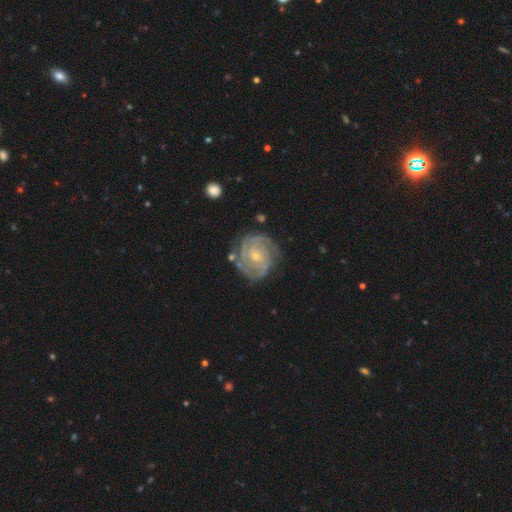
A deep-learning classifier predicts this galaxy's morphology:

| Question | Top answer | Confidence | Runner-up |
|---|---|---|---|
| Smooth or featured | featured or disk | 89% | smooth (6%) |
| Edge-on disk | no | 98% | yes (2%) |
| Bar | no | 64% | weak (29%) |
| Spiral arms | yes | 97% | no (3%) |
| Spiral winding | tight | 75% | medium (22%) |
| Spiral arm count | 2 | 35% | 3 (25%) |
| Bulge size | small | 73% | moderate (22%) |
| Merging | none | 74% | minor disturbance (17%) |